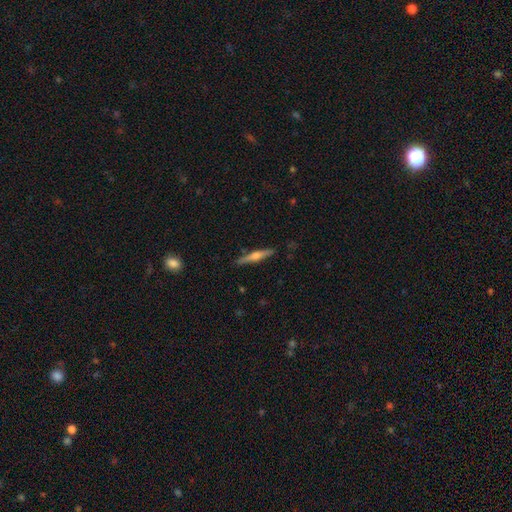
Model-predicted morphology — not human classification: A featured or disk galaxy (64%) viewed edge-on (97%) with a rounded central bulge (86%).

Vote fractions:
- Smooth or featured? featured or disk: 64% / smooth: 30% / star or artifact: 6%
- Edge-on disk? yes: 97% / no: 3%
- Edge-on bulge? rounded: 86% / boxy: 8% / none: 6%
- Merging? none: 88% / minor disturbance: 9% / major disturbance: 2% / merger: 1%